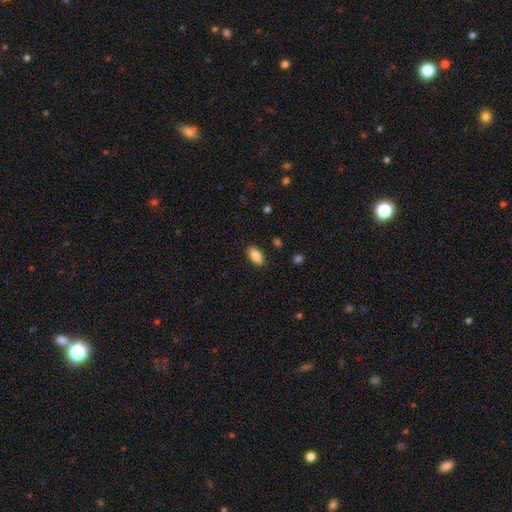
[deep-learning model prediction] Q: Smooth or featured?
A: smooth (87%); runner-up: star or artifact (7%)
Q: How rounded?
A: in between (92%); runner-up: cigar-shaped (5%)
Q: Merging?
A: none (88%); runner-up: minor disturbance (9%)